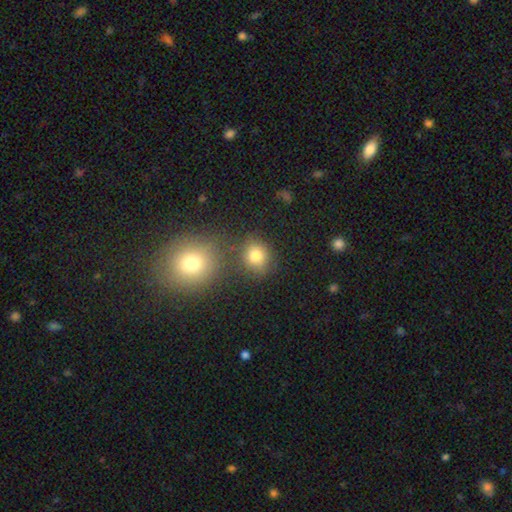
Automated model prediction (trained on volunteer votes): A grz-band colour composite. It shows a smooth galaxy with no disk features (79%) that is round (81%). Merging: none (72%).